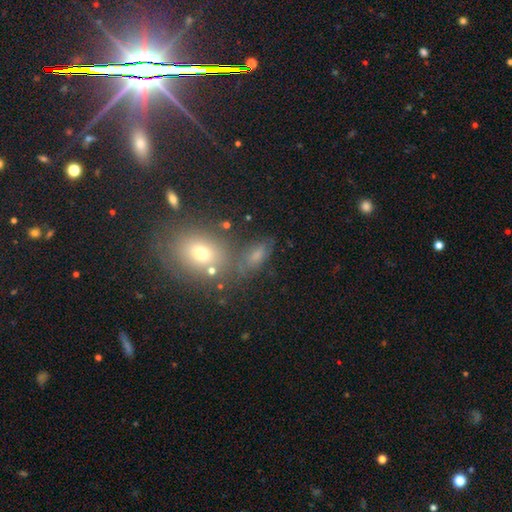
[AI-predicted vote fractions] Overall: smooth (60%; star or artifact 20%). How rounded: in between (79%). Merging: none (57%; minor disturbance 19%).